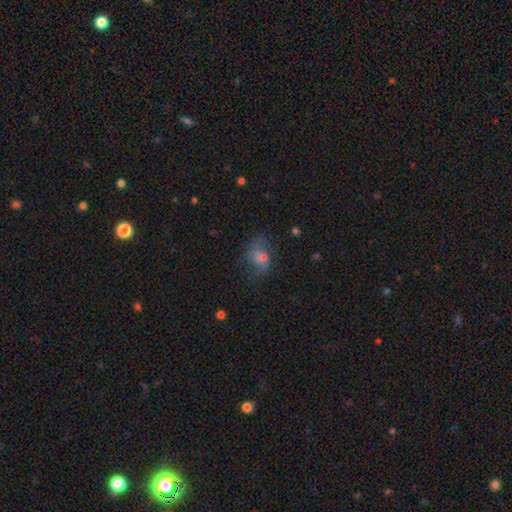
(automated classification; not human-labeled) This is marginally a smooth galaxy (43%). Merging: likely none (65%).